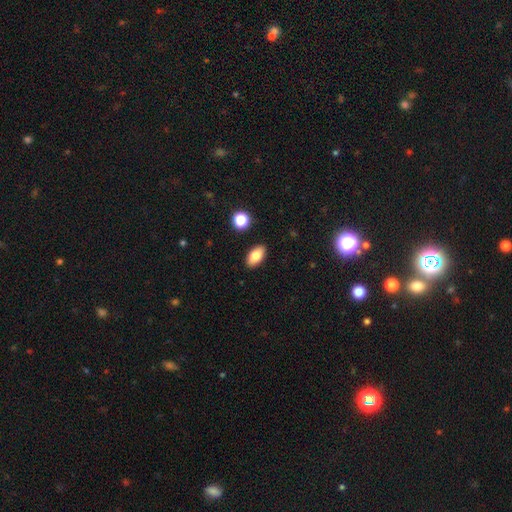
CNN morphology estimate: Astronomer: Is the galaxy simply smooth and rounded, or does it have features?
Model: smooth — 81%.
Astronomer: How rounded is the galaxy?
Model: in between — 91%.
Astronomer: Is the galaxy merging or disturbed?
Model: none — 88%.